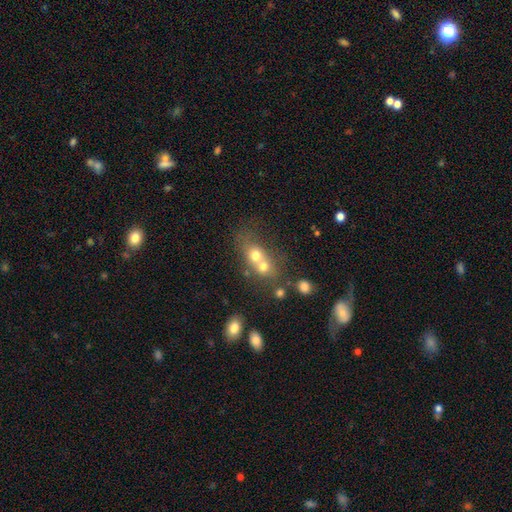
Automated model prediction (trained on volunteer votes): Morphology: type=smooth (65%); roundness=round (59%); merging=merger (66%).